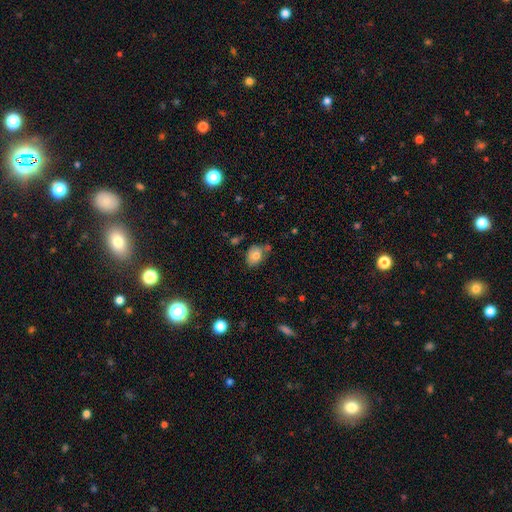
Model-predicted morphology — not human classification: Smooth or featured?
  - smooth: 77% *
  - featured or disk: 14%
  - star or artifact: 9%
How rounded?
  - in between: 71% *
  - round: 27%
  - cigar-shaped: 1%
Merging?
  - none: 61% *
  - minor disturbance: 23%
  - merger: 11%
  - major disturbance: 6%